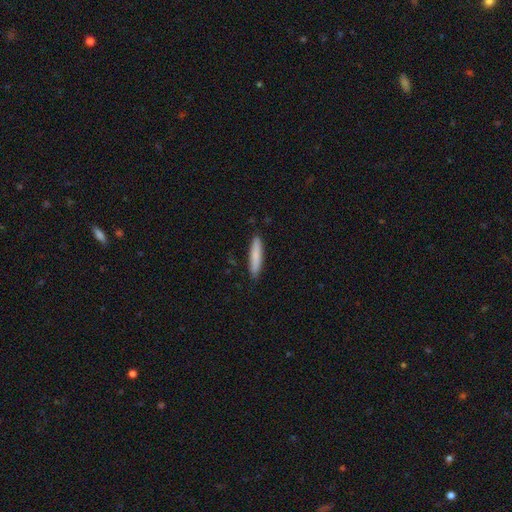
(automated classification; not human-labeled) This is clearly a smooth galaxy (81%). How rounded: clearly cigar-shaped (89%). Merging: clearly none (87%).